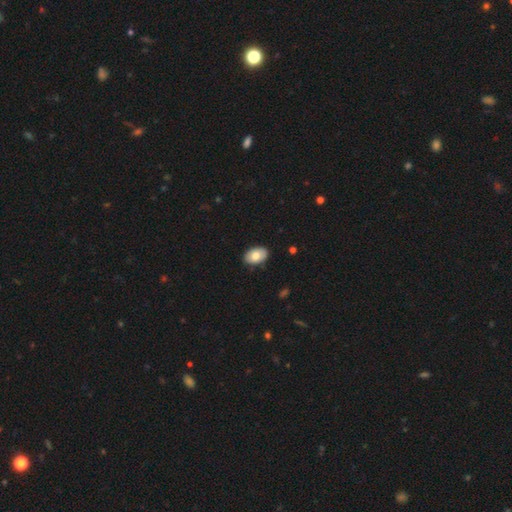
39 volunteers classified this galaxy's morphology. smooth_or_featured: smooth (p=0.72) [alt: featured or disk p=0.21]
how_rounded: in between (p=0.93) [alt: round p=0.07]
merging: none (p=0.83) [alt: minor disturbance p=0.17]